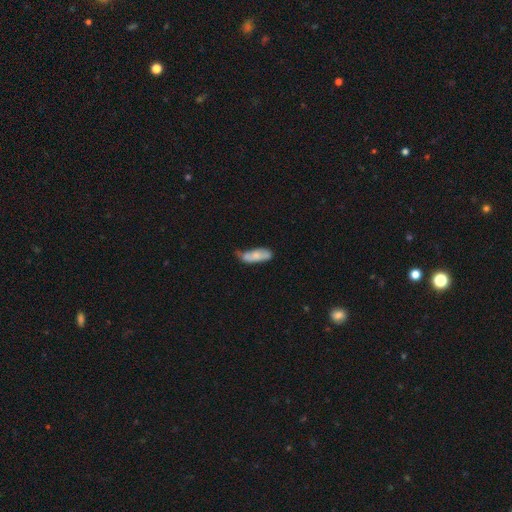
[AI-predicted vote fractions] Smooth or featured: smooth — 71% (featured or disk — 22%)
How rounded: in between — 66% (cigar-shaped — 32%)
Merging: none — 42% (minor disturbance — 40%)